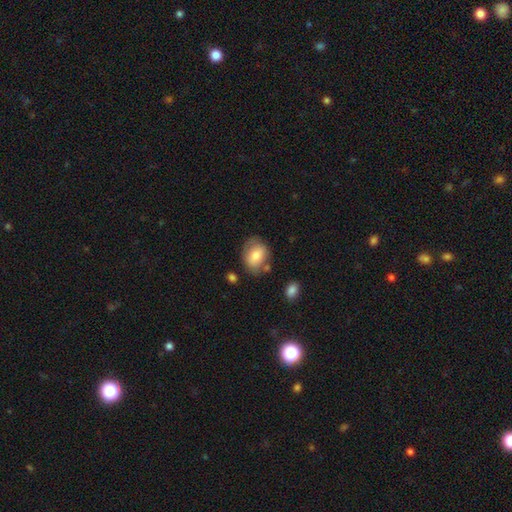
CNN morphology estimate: Smooth or featured? smooth (73%)
How rounded? in between (58%)
Merging? none (68%)